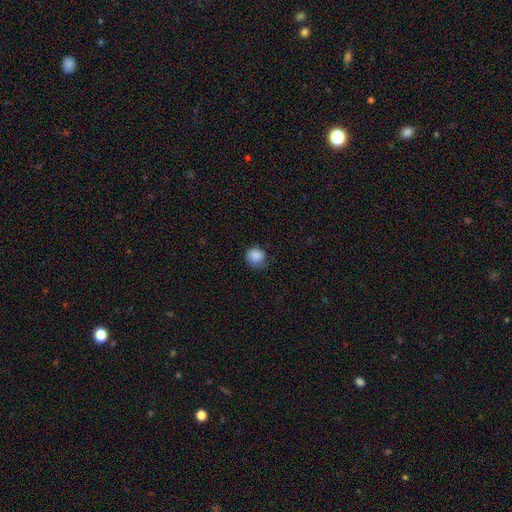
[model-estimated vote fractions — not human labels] This appears to be a smooth galaxy with no disk features (87%) that is round (80%). Merging: none (64%).